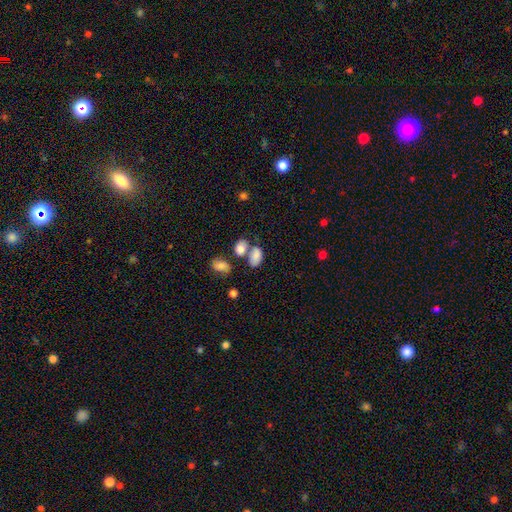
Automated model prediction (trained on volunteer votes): This is clearly a smooth galaxy (81%). How rounded: clearly in between (90%). Merging: marginally none (42%).